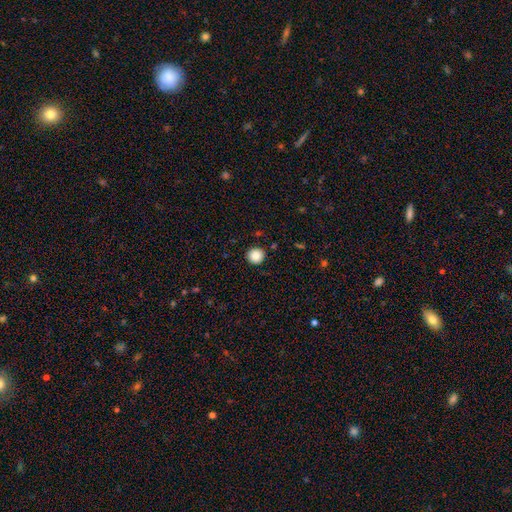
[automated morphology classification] This appears to be a smooth galaxy with no disk features (86%) that is round (94%). Merging: none (92%).